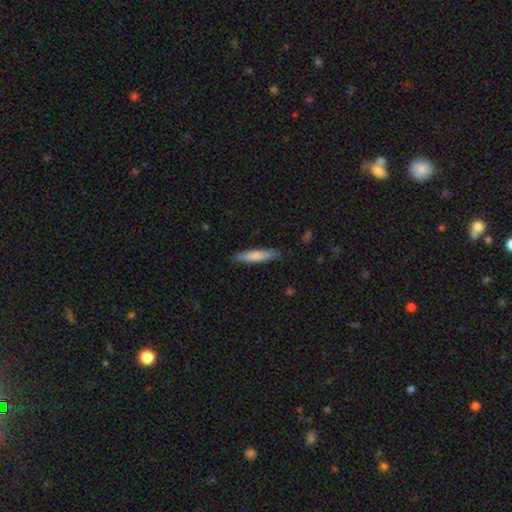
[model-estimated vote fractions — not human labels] Smooth or featured: smooth — 78% (featured or disk — 17%)
How rounded: cigar-shaped — 86% (in between — 12%)
Merging: none — 88% (minor disturbance — 10%)